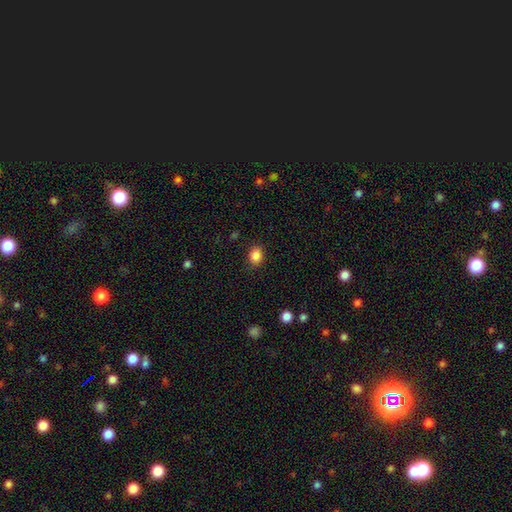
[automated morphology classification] A smooth galaxy with no disk features (87%) that is in between round and cigar-shaped (50%).

Vote fractions:
- Smooth or featured? smooth: 87% / star or artifact: 10% / featured or disk: 4%
- How rounded? in between: 50% / round: 49% / cigar-shaped: 1%
- Merging? none: 86% / minor disturbance: 10% / major disturbance: 3% / merger: 1%